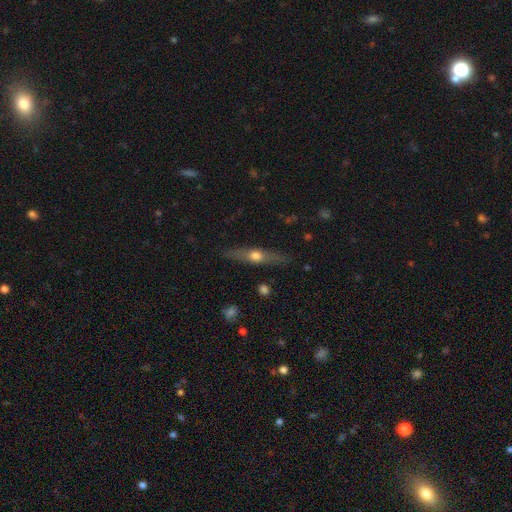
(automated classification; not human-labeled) A featured or disk galaxy (56%) viewed edge-on (90%).

Vote fractions:
- Smooth or featured? featured or disk: 56% / smooth: 38% / star or artifact: 6%
- Edge-on disk? yes: 90% / no: 10%
- Merging? none: 85% / minor disturbance: 10% / major disturbance: 3% / merger: 2%